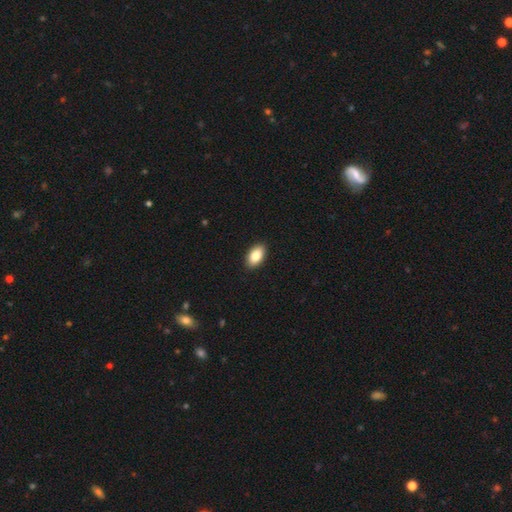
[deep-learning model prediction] Overall: smooth (85%). How rounded: in between (93%). Merging: none (90%).